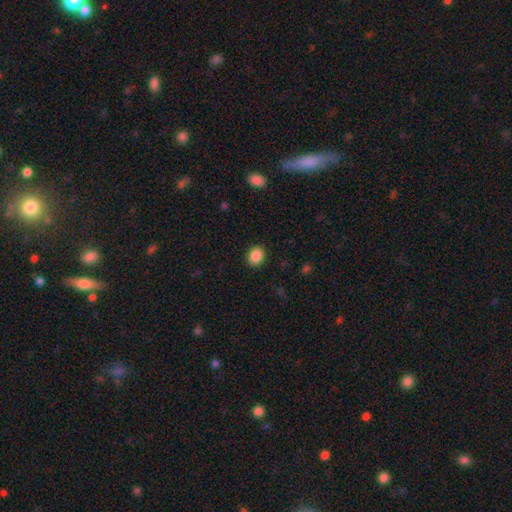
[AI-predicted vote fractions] smooth 88%, star or artifact 9%, featured or disk 3%. Down the decision tree: how rounded — round (55%); merging — none (90%).